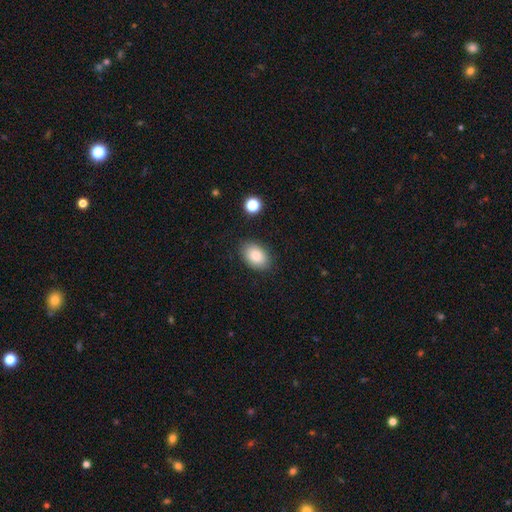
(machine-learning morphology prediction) The model was most divided on "how rounded": in between: 85%, round: 14%, cigar-shaped: 1%. More confident: merging — none (85%); smooth or featured — smooth (83%).